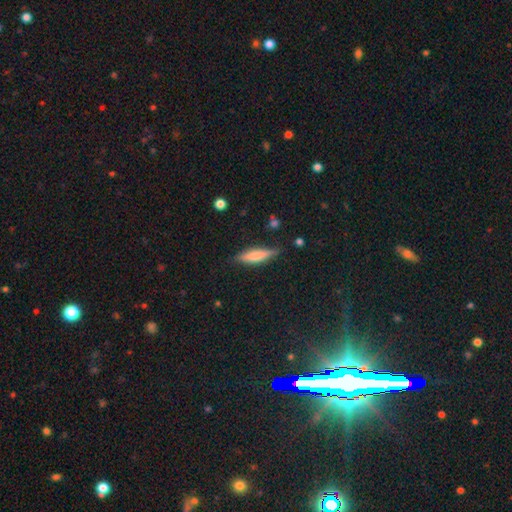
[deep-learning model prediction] Morphology: type=smooth (62%); roundness=cigar-shaped (74%); merging=none (80%).